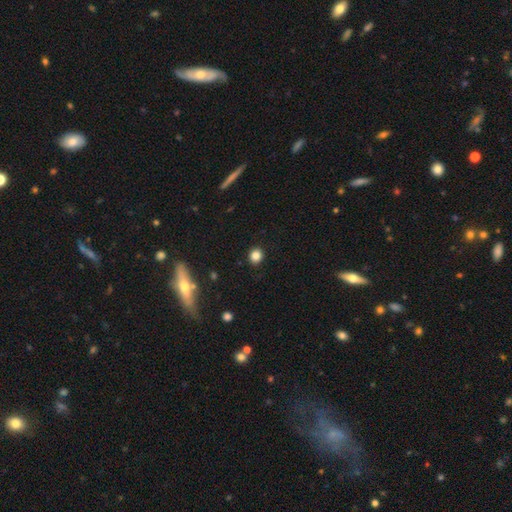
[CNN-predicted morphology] smooth 83%, star or artifact 12%, featured or disk 5%. Down the decision tree: how rounded — round (79%); merging — none (90%).